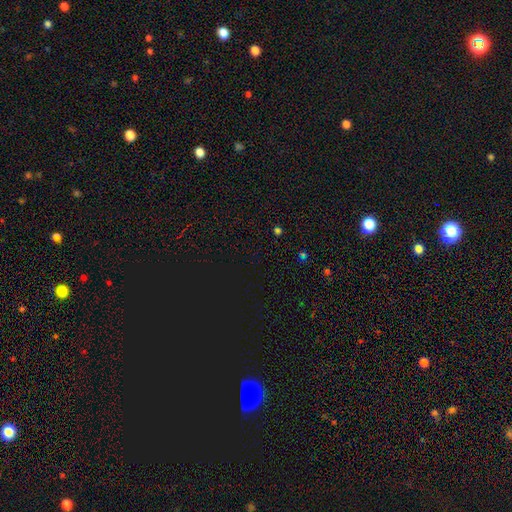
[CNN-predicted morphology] Smooth or featured?
  - star or artifact: 69% *
  - smooth: 24%
  - featured or disk: 6%